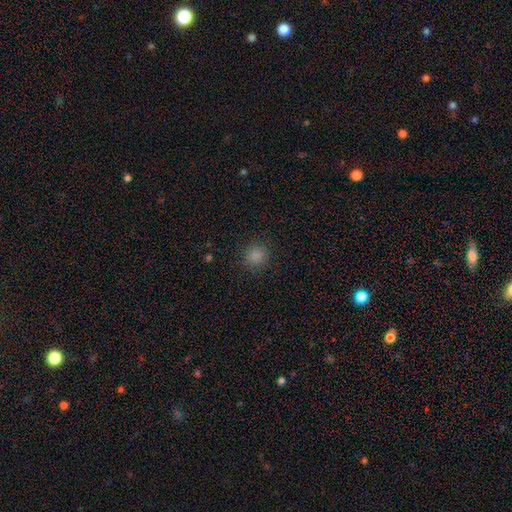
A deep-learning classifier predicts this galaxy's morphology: Smooth or featured? Predicted: smooth (p=0.84). How rounded? Predicted: round (p=0.87). Merging? Predicted: none (p=0.89).